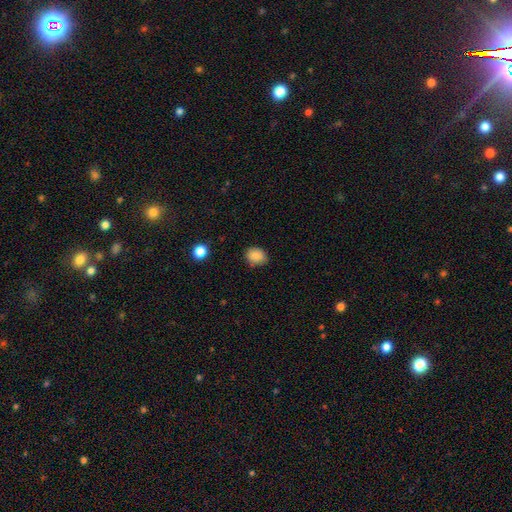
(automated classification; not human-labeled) The model was most divided on "how rounded": round: 56%, in between: 43%, cigar-shaped: 1%. More confident: smooth or featured — smooth (86%); merging — none (79%).